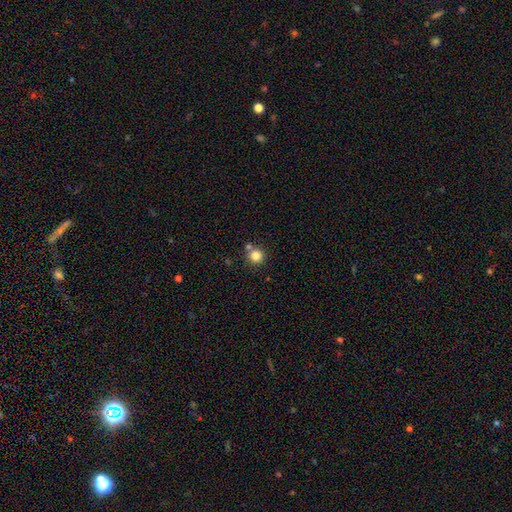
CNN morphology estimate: smooth 82%, star or artifact 12%, featured or disk 6%. Down the decision tree: how rounded — round (94%); merging — none (75%).